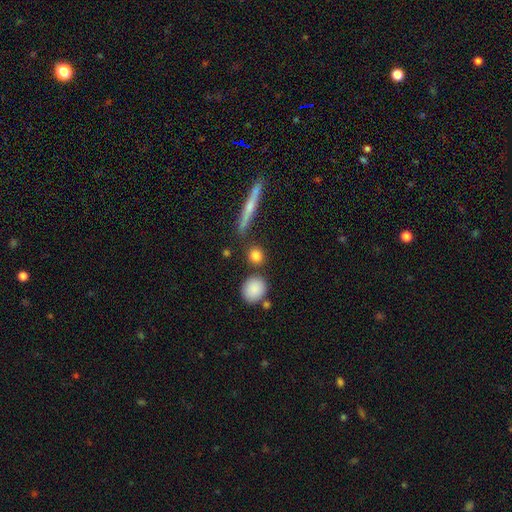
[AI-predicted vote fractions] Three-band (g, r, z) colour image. It shows a smooth galaxy with no disk features (83%) that is round (77%). Merging: none (79%).